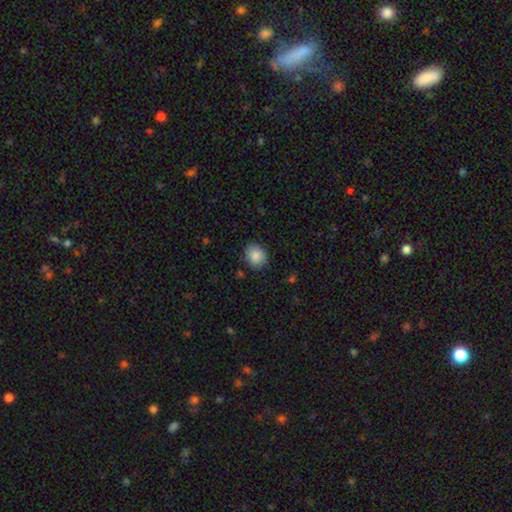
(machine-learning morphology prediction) Q: Smooth or featured?
A: smooth (87%); runner-up: star or artifact (8%)
Q: How rounded?
A: round (69%); runner-up: in between (30%)
Q: Merging?
A: none (85%); runner-up: minor disturbance (11%)